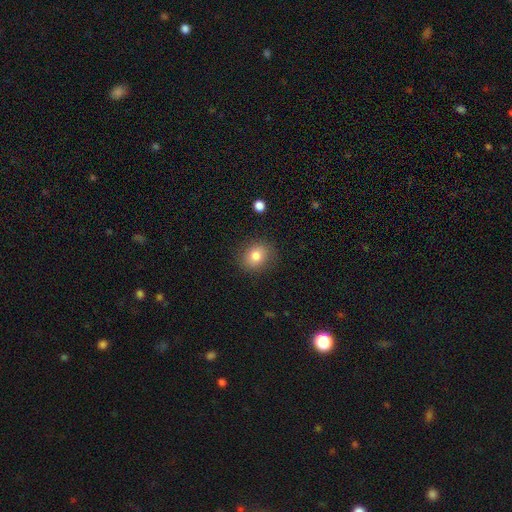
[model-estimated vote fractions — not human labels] smooth 81%, star or artifact 10%, featured or disk 9%. Down the decision tree: how rounded — round (63%); merging — none (87%).